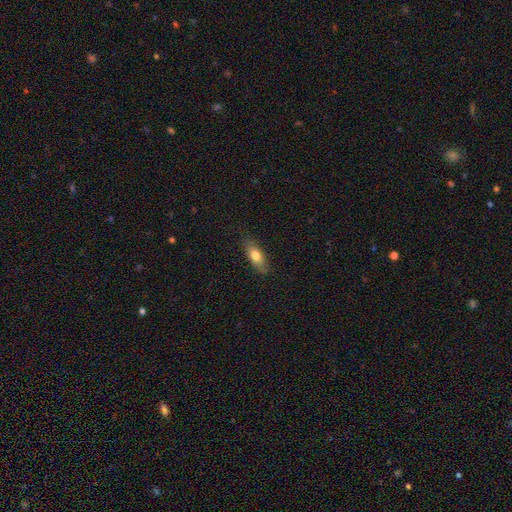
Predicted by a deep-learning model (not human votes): smooth-or-featured: smooth: 73% | featured or disk: 20% | star or artifact: 7%
  how-rounded: in between: 68% | cigar-shaped: 29% | round: 3%
  merging: none: 81% | minor disturbance: 15% | major disturbance: 3% | merger: 1%